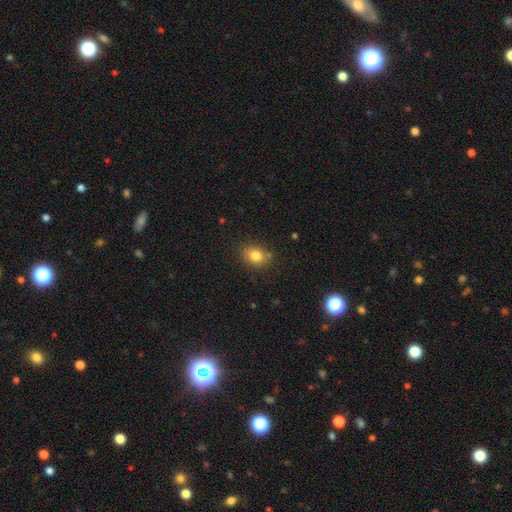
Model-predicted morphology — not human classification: A smooth galaxy with no disk features (82%) that is round (52%).

Vote fractions:
- Smooth or featured? smooth: 82% / star or artifact: 11% / featured or disk: 7%
- How rounded? round: 52% / in between: 47% / cigar-shaped: 1%
- Merging? none: 78% / minor disturbance: 14% / merger: 4% / major disturbance: 3%